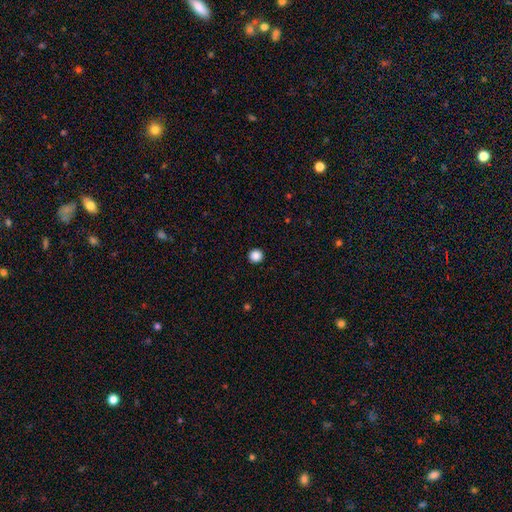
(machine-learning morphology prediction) The model was most divided on "smooth or featured": smooth: 87%, star or artifact: 10%, featured or disk: 3%. More confident: how rounded — round (96%); merging — none (94%).